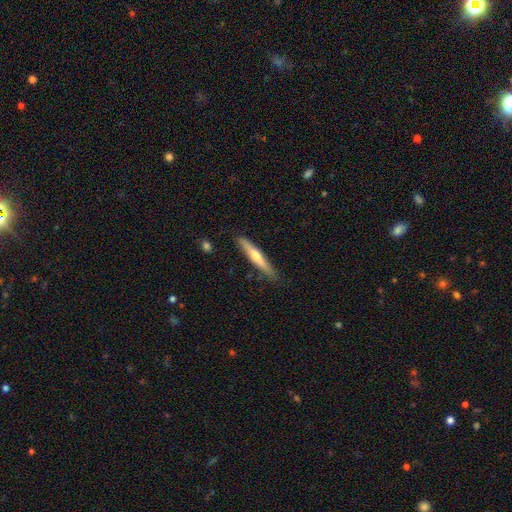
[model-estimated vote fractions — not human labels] Smooth or featured?
  - featured or disk: 50% *
  - smooth: 45%
  - star or artifact: 5%
Merging?
  - none: 84% *
  - minor disturbance: 12%
  - major disturbance: 2%
  - merger: 2%